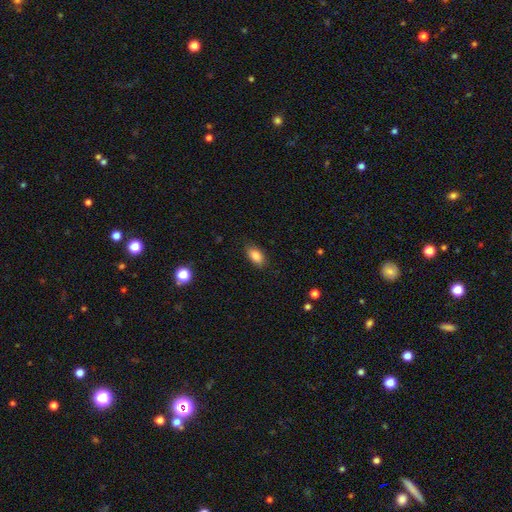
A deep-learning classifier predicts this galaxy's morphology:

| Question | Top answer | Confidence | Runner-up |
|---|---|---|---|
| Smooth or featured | smooth | 86% | star or artifact (8%) |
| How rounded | in between | 90% | round (6%) |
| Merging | none | 85% | minor disturbance (11%) |